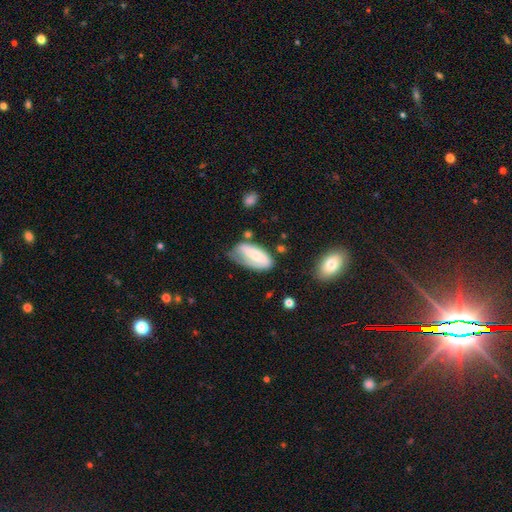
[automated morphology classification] Q: Smooth or featured?
A: smooth (53%); runner-up: featured or disk (40%)
Q: How rounded?
A: in between (85%); runner-up: cigar-shaped (12%)
Q: Merging?
A: none (40%); runner-up: minor disturbance (36%)